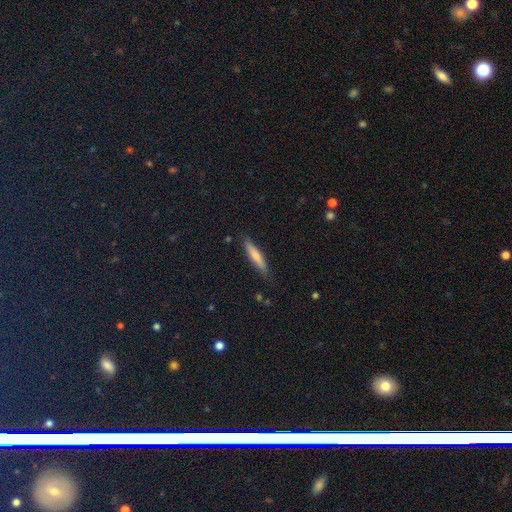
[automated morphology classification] This appears to be a smooth galaxy with no disk features (67%) that is cigar-shaped (87%). Merging: none (85%).